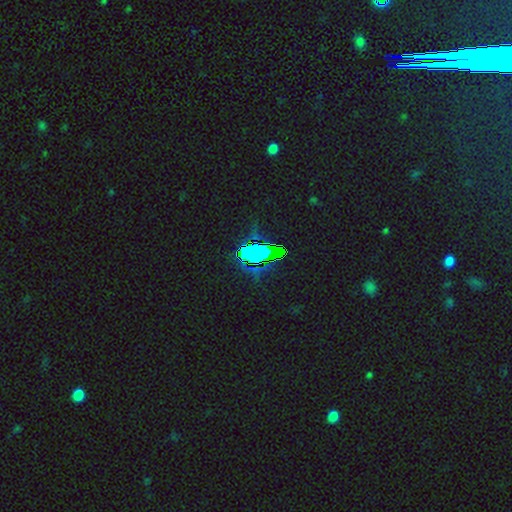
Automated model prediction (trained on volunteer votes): Overall: star or artifact (75%).